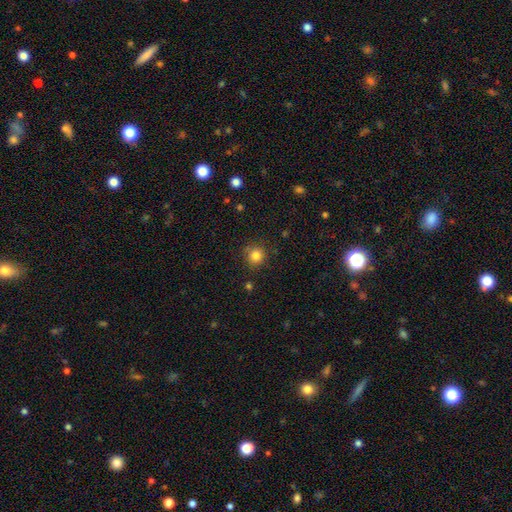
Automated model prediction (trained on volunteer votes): The model was most divided on "smooth or featured": smooth: 84%, star or artifact: 11%, featured or disk: 5%. More confident: how rounded — round (93%); merging — none (84%).